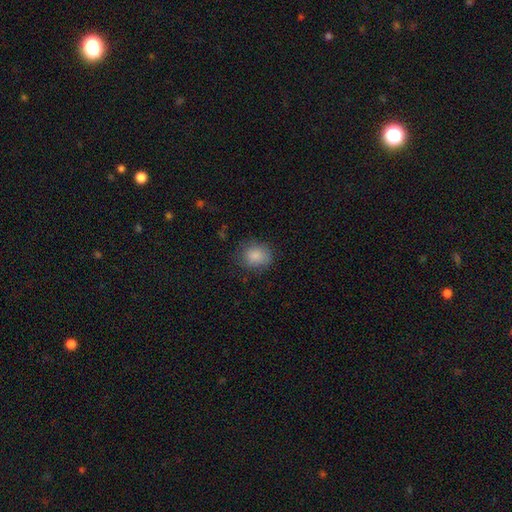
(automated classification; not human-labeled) A smooth galaxy with no disk features (85%) that is round (70%).

Vote fractions:
- Smooth or featured? smooth: 85% / star or artifact: 8% / featured or disk: 7%
- How rounded? round: 70% / in between: 29% / cigar-shaped: 1%
- Merging? none: 74% / minor disturbance: 19% / major disturbance: 6% / merger: 1%